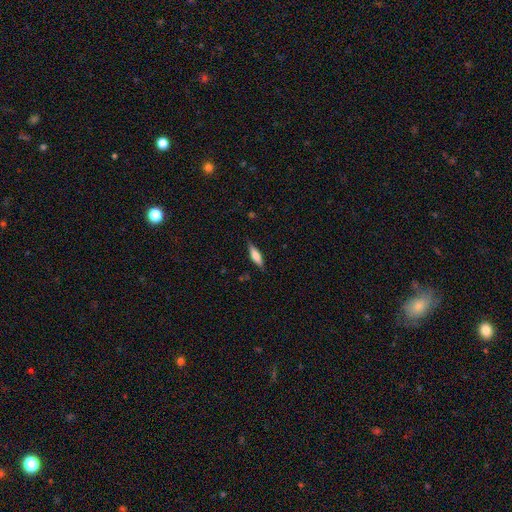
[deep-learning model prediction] Overall: smooth (64%; featured or disk 30%). How rounded: cigar-shaped (62%; in between 36%). Merging: none (82%).